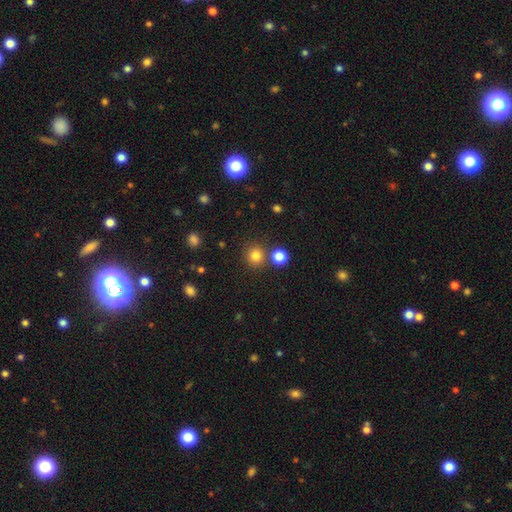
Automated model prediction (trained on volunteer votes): Morphology: type=smooth (81%); roundness=round (91%); merging=none (78%).